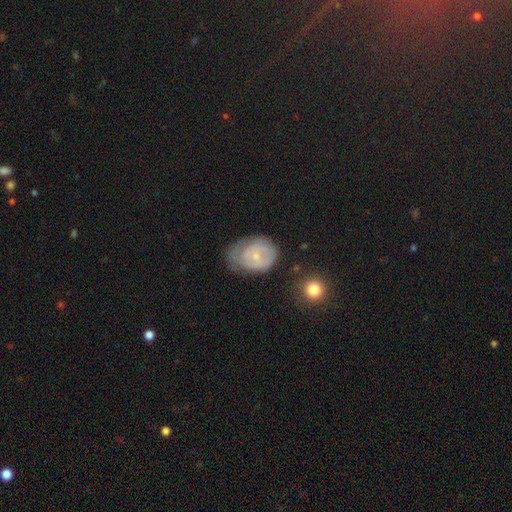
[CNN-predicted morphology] smooth-or-featured: featured or disk: 53% | smooth: 40% | star or artifact: 7%
  disk-edge-on: no: 96% | yes: 4%
    bar: no: 71% | weak: 24% | strong: 4%
    has-spiral-arms: yes: 57% | no: 43%
    bulge-size: small: 68% | moderate: 27% | none: 2% | large: 1% | dominant: 1%
  merging: none: 42% | minor disturbance: 36% | major disturbance: 19% | merger: 3%